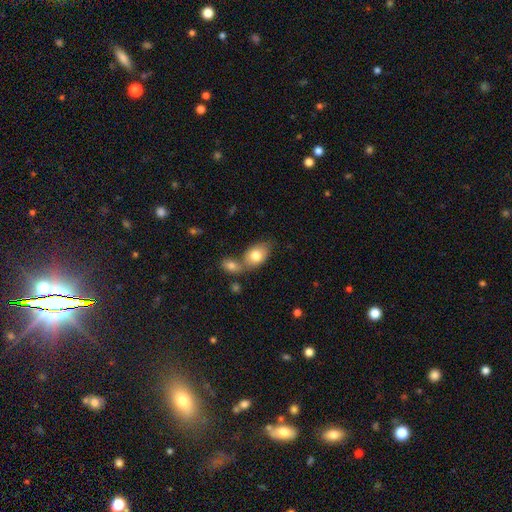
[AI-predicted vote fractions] Smooth or featured? Predicted: smooth (p=0.78). How rounded? Predicted: in between (p=0.85). Merging? Predicted: none (p=0.43).